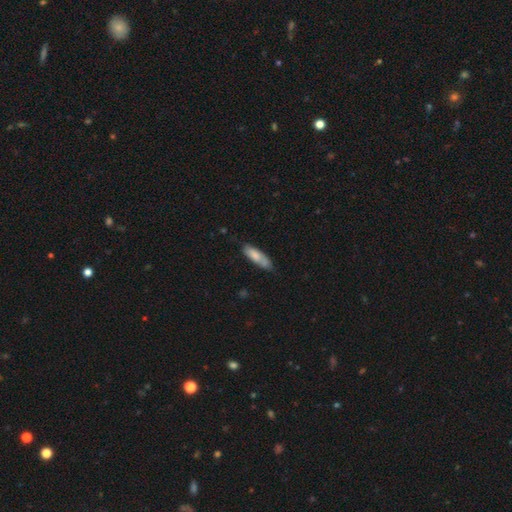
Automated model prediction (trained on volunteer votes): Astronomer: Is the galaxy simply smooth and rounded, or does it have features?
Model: smooth — 77%.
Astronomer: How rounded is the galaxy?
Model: in between — 50% (runner-up: cigar-shaped, 48%).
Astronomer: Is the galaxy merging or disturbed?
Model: none — 59%.